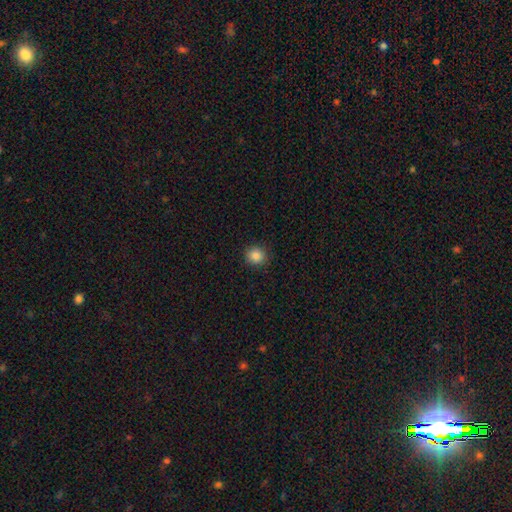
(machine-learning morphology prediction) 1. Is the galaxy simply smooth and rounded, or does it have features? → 86% smooth, 10% star or artifact, 4% featured or disk.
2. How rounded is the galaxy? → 90% round, 9% in between, 1% cigar-shaped.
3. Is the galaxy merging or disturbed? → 91% none, 6% minor disturbance, 2% major disturbance, 1% merger.